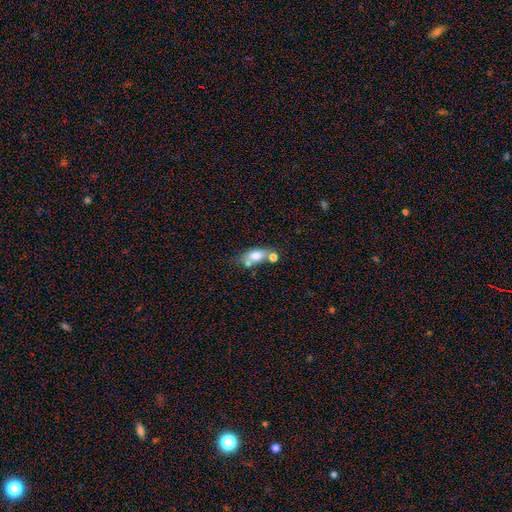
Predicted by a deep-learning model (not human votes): Overall: smooth (71%). How rounded: in between (80%). Merging: none (42%; merger 34%).